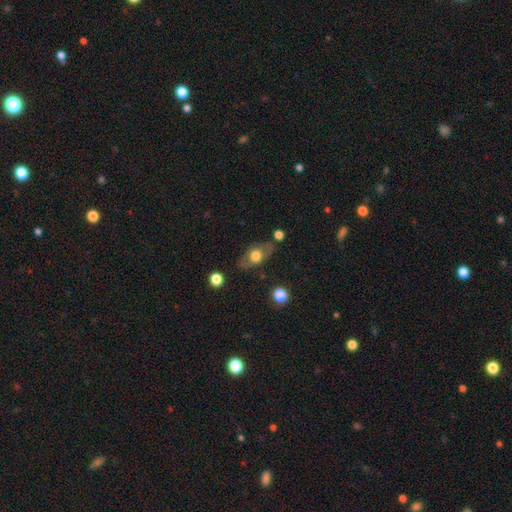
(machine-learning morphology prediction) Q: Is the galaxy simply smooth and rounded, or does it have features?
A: smooth — 52%.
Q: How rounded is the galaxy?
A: in between — 74%.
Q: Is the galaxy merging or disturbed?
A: none — 74%.